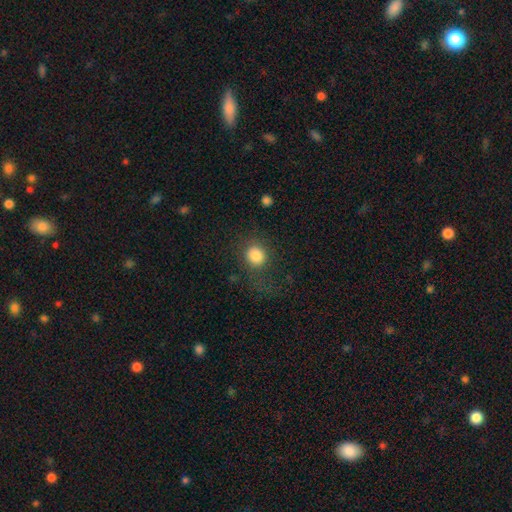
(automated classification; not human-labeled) Q: Smooth or featured?
A: smooth (84%); runner-up: star or artifact (10%)
Q: How rounded?
A: round (76%); runner-up: in between (23%)
Q: Merging?
A: none (71%); runner-up: minor disturbance (14%)